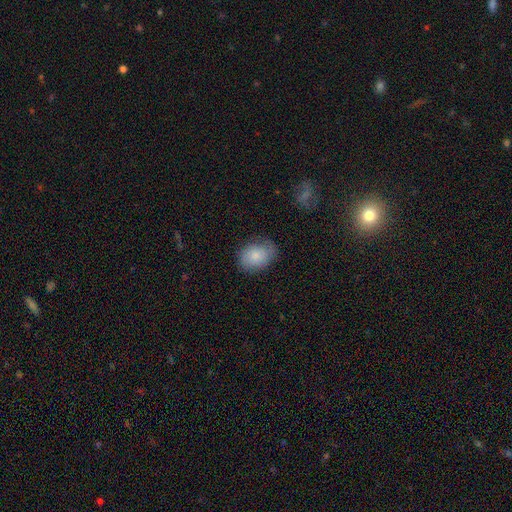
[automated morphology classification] This is likely a smooth galaxy (79%). How rounded: likely in between (72%). Merging: likely none (69%).